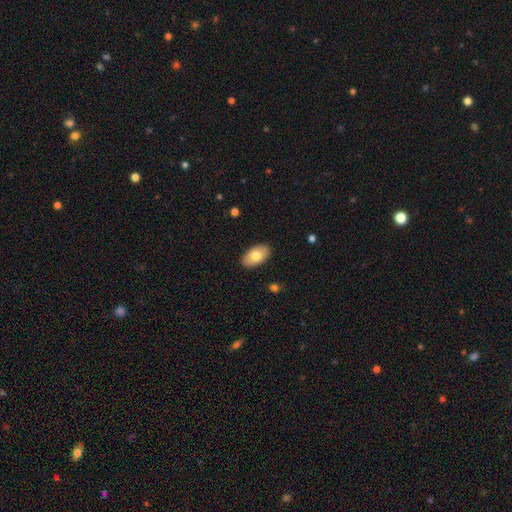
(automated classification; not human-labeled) A smooth galaxy with no disk features (77%) that is in between round and cigar-shaped (95%).

Vote fractions:
- Smooth or featured? smooth: 77% / featured or disk: 18% / star or artifact: 6%
- How rounded? in between: 95% / round: 4% / cigar-shaped: 2%
- Merging? none: 89% / minor disturbance: 8% / major disturbance: 2% / merger: 1%